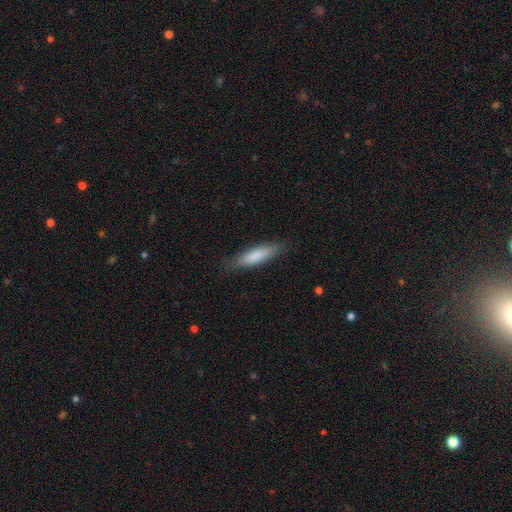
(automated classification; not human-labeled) smooth_or_featured: smooth (p=0.81) [alt: featured or disk p=0.13]
how_rounded: cigar-shaped (p=0.68) [alt: in between p=0.31]
merging: none (p=0.83) [alt: minor disturbance p=0.13]